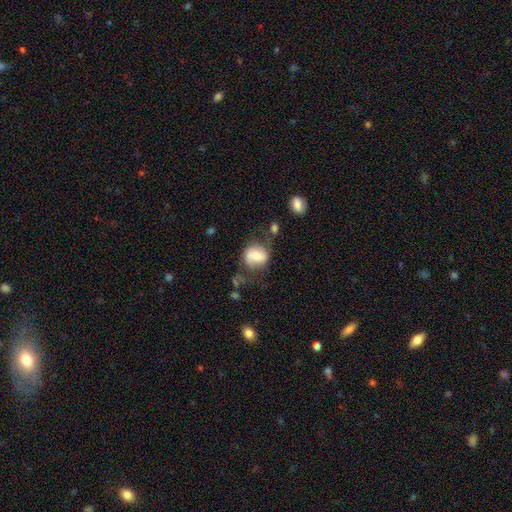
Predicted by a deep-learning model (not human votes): This appears to be a smooth galaxy with no disk features (52%) that is round (53%). Merging: none (43%).